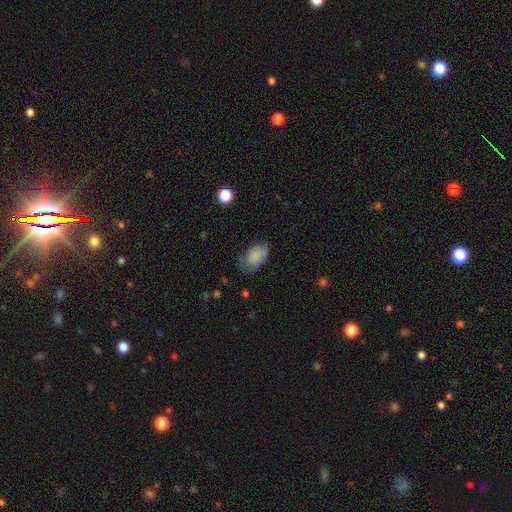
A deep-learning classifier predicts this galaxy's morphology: A smooth galaxy with no disk features (82%) that is in between round and cigar-shaped (90%).

Vote fractions:
- Smooth or featured? smooth: 82% / featured or disk: 10% / star or artifact: 8%
- How rounded? in between: 90% / round: 8% / cigar-shaped: 1%
- Merging? none: 54% / minor disturbance: 32% / major disturbance: 13% / merger: 2%